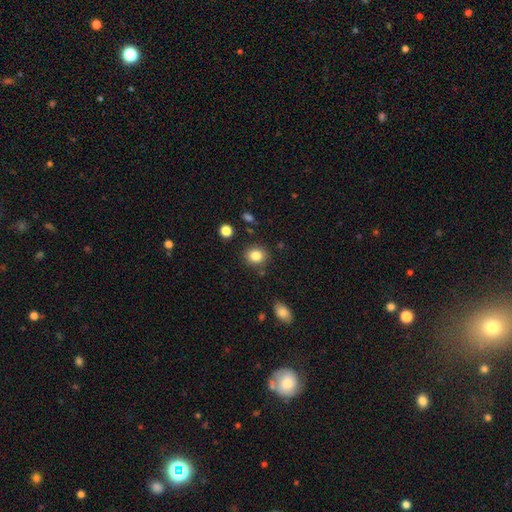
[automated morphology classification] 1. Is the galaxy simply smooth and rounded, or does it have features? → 84% smooth, 10% star or artifact, 6% featured or disk.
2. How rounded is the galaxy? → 74% round, 25% in between, 1% cigar-shaped.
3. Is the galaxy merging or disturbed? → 86% none, 9% minor disturbance, 3% merger, 3% major disturbance.